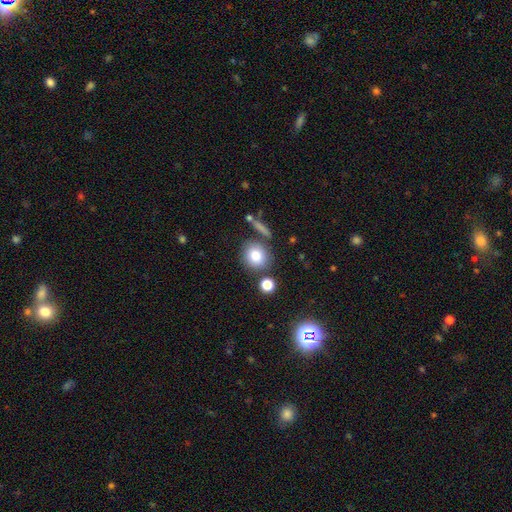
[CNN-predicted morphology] Smooth or featured?
  - smooth: 80% *
  - star or artifact: 11%
  - featured or disk: 10%
How rounded?
  - round: 78% *
  - in between: 21%
  - cigar-shaped: 2%
Merging?
  - none: 73% *
  - minor disturbance: 12%
  - merger: 11%
  - major disturbance: 4%